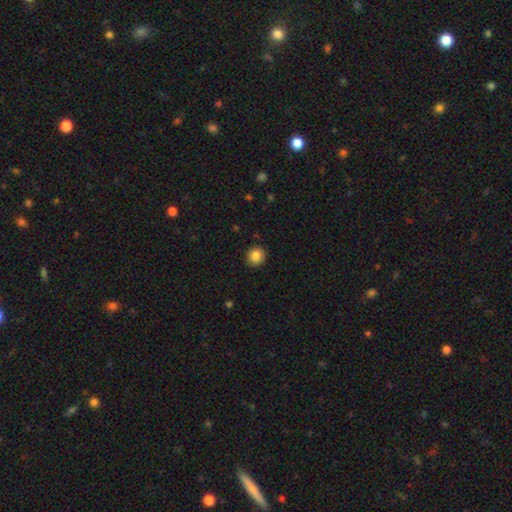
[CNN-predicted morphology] A smooth galaxy with no disk features (85%) that is round (87%).

Vote fractions:
- Smooth or featured? smooth: 85% / star or artifact: 9% / featured or disk: 5%
- How rounded? round: 87% / in between: 12% / cigar-shaped: 1%
- Merging? none: 91% / minor disturbance: 6% / major disturbance: 2% / merger: 1%